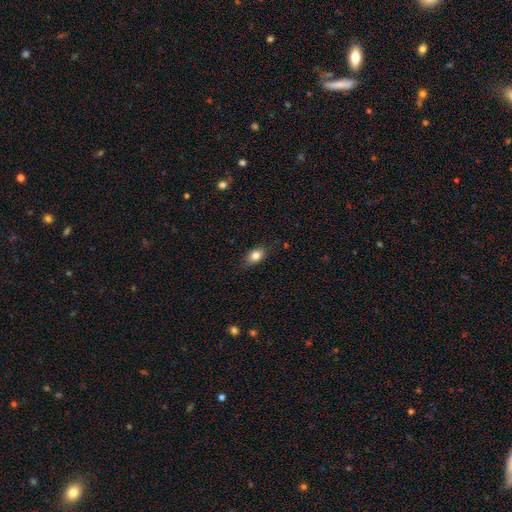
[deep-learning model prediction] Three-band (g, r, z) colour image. It shows a smooth galaxy with no disk features (82%) that is in between round and cigar-shaped (82%). Merging: none (81%).